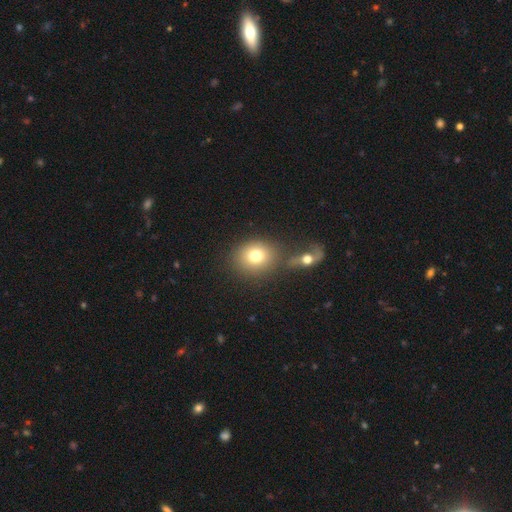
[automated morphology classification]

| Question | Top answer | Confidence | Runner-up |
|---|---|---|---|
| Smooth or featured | smooth | 77% | featured or disk (13%) |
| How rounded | round | 66% | in between (33%) |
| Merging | none | 62% | merger (21%) |